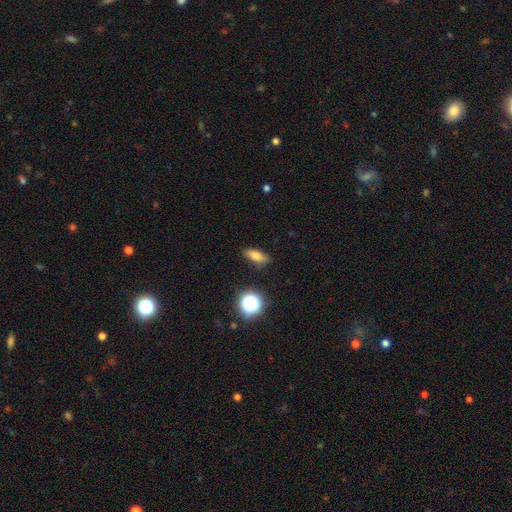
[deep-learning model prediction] smooth-or-featured: smooth: 73% | featured or disk: 14% | star or artifact: 13%
  how-rounded: in between: 71% | cigar-shaped: 21% | round: 9%
  merging: none: 85% | minor disturbance: 11% | major disturbance: 3% | merger: 2%